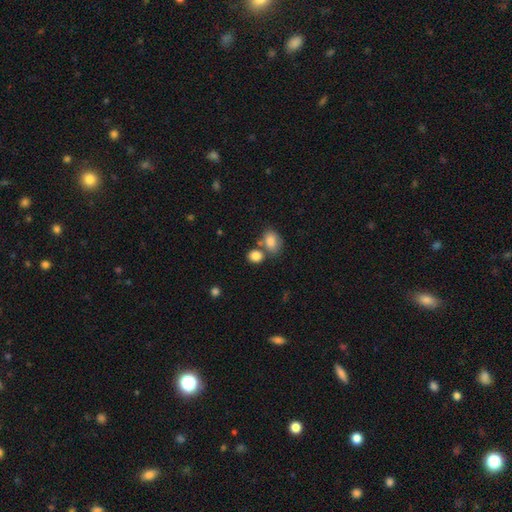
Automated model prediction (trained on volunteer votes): smooth_or_featured: smooth (p=0.84) [alt: star or artifact p=0.10]
how_rounded: round (p=0.56) [alt: in between p=0.42]
merging: none (p=0.56) [alt: merger p=0.30]